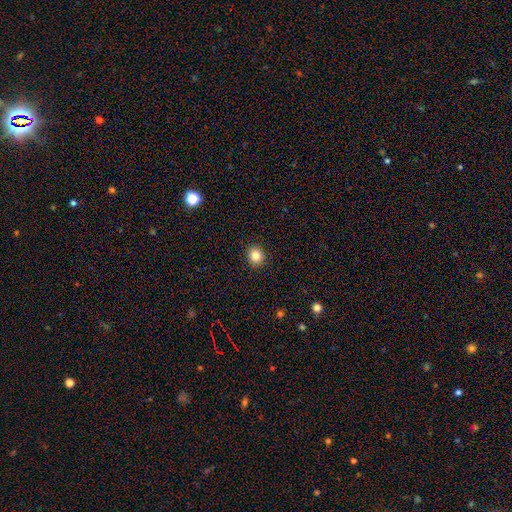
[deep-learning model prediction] Overall: smooth (84%). How rounded: round (86%). Merging: none (92%).